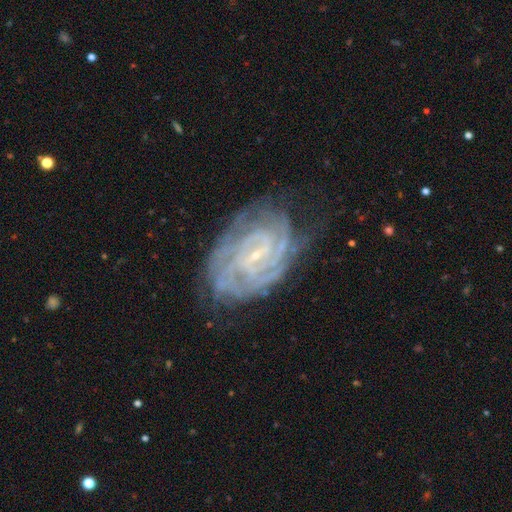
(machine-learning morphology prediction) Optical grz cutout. It shows a featured or disk galaxy (88%) with a weak bar (48%), tight (73%) spiral arms (97%) and a small central bulge (83%). Merging: none (68%).